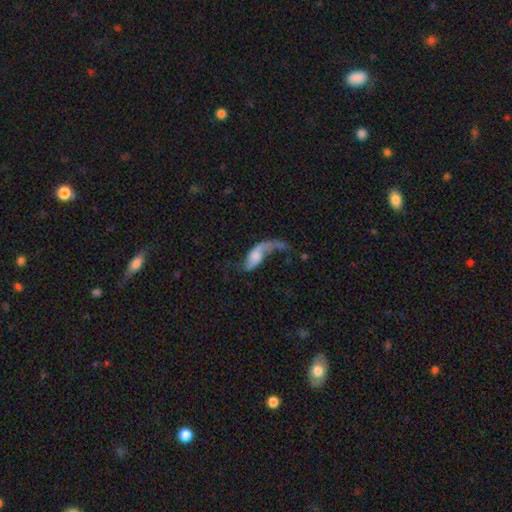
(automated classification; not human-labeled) Smooth or featured? Predicted: featured or disk (p=0.65). Edge-on disk? Predicted: no (p=0.92). Bar? Predicted: no (p=0.64). Spiral arms? Predicted: yes (p=0.84). Bulge size? Predicted: small (p=0.29, tied with moderate). Merging? Predicted: major disturbance (p=0.42).